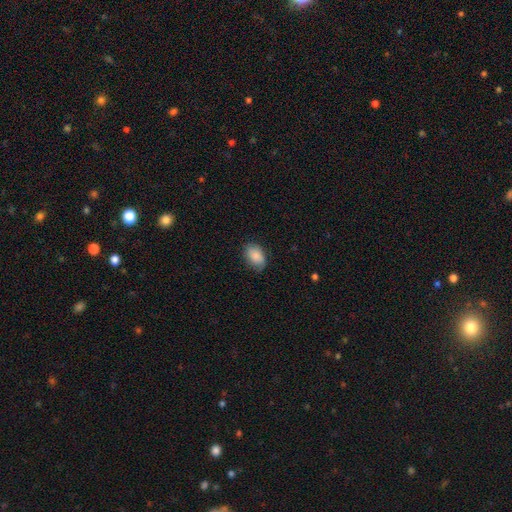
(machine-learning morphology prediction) Q: Smooth or featured?
A: smooth (86%); runner-up: featured or disk (7%)
Q: How rounded?
A: in between (87%); runner-up: round (12%)
Q: Merging?
A: none (77%); runner-up: minor disturbance (18%)